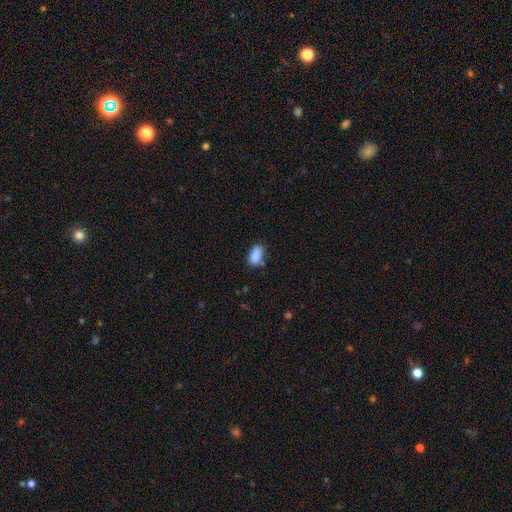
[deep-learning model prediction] smooth_or_featured: smooth (p=0.85) [alt: star or artifact p=0.08]
how_rounded: in between (p=0.89) [alt: round p=0.07]
merging: none (p=0.68) [alt: minor disturbance p=0.21]